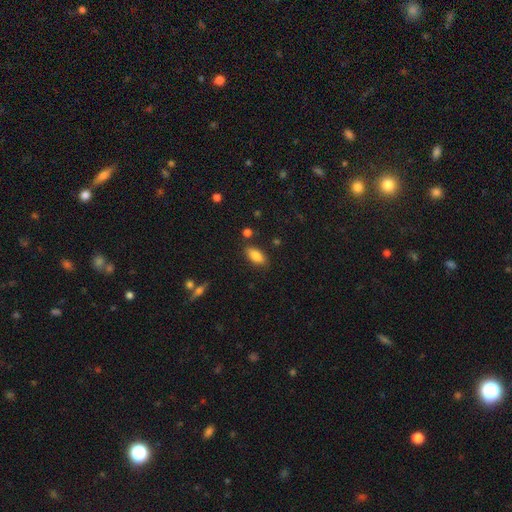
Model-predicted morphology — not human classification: Q: Smooth or featured?
A: smooth (83%); runner-up: featured or disk (9%)
Q: How rounded?
A: in between (89%); runner-up: cigar-shaped (9%)
Q: Merging?
A: none (83%); runner-up: minor disturbance (11%)